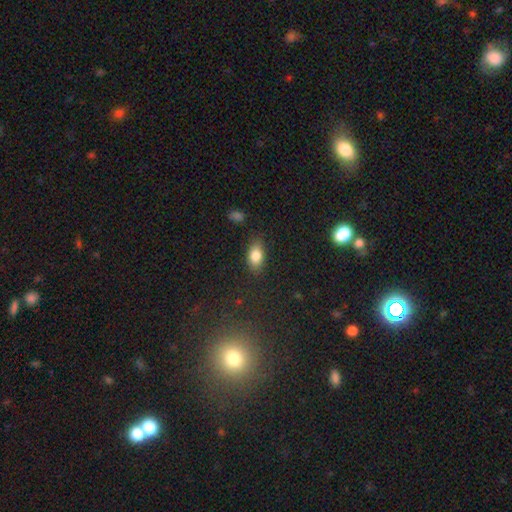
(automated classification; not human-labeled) The model was most divided on "merging": none: 80%, minor disturbance: 15%, major disturbance: 3%, merger: 2%. More confident: how rounded — in between (88%); smooth or featured — smooth (82%).